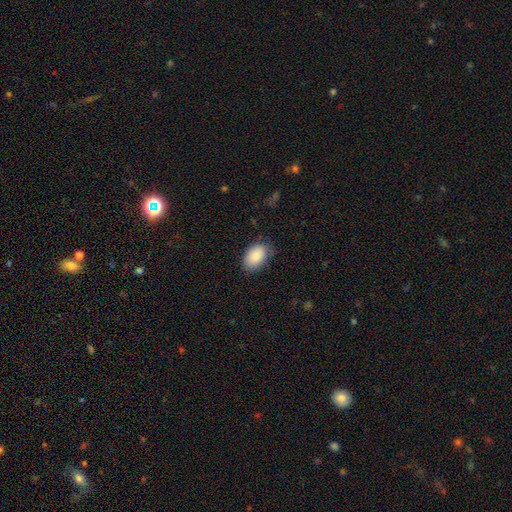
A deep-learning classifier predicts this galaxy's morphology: Smooth or featured? smooth (87%)
How rounded? in between (90%)
Merging? none (75%)